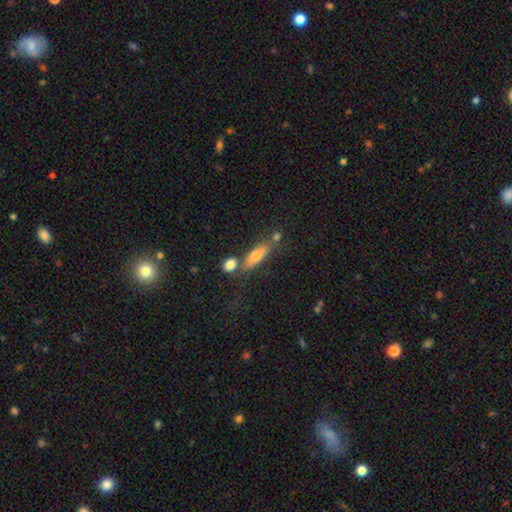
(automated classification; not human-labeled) smooth_or_featured: smooth (p=0.65) [alt: featured or disk p=0.26]
how_rounded: cigar-shaped (p=0.55) [alt: in between p=0.41]
merging: none (p=0.60) [alt: merger p=0.20]